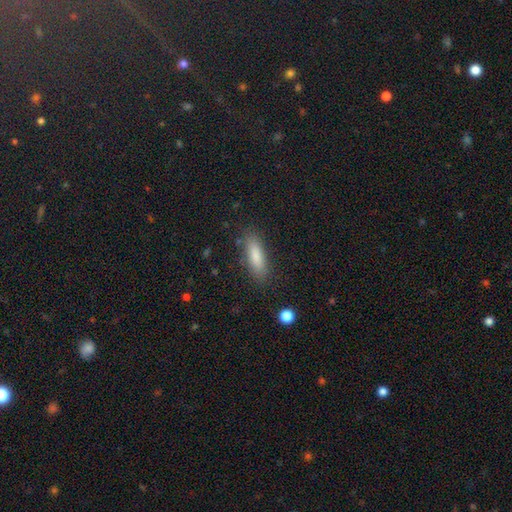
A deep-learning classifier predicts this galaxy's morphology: type=smooth (81%); roundness=cigar-shaped (54%); merging=none (86%).